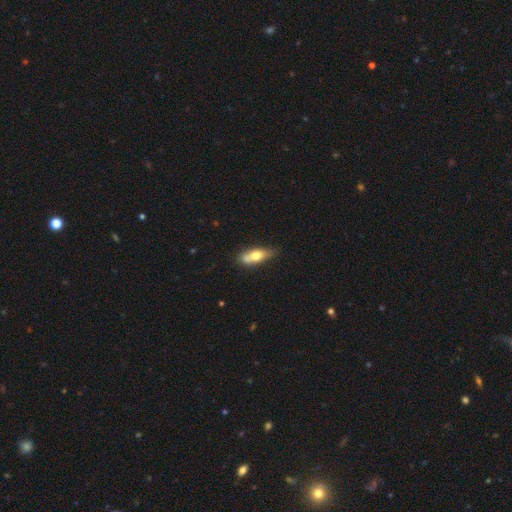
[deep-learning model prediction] Smooth or featured? Predicted: smooth (p=0.64). How rounded? Predicted: in between (p=0.68). Merging? Predicted: none (p=0.52).